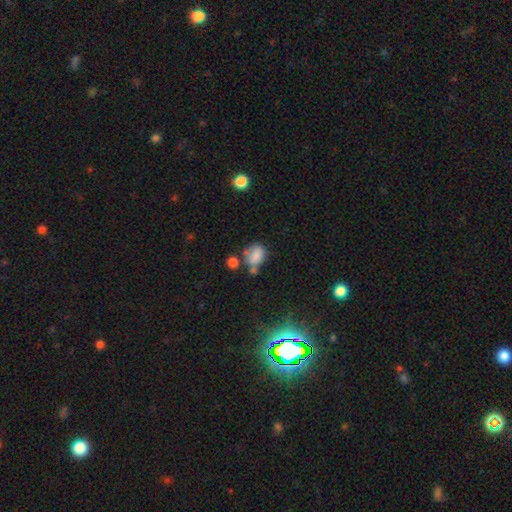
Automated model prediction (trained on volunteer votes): Smooth or featured?
  - smooth: 78% *
  - star or artifact: 12%
  - featured or disk: 10%
How rounded?
  - in between: 59% *
  - round: 40%
  - cigar-shaped: 1%
Merging?
  - none: 44% *
  - merger: 24%
  - minor disturbance: 23%
  - major disturbance: 10%